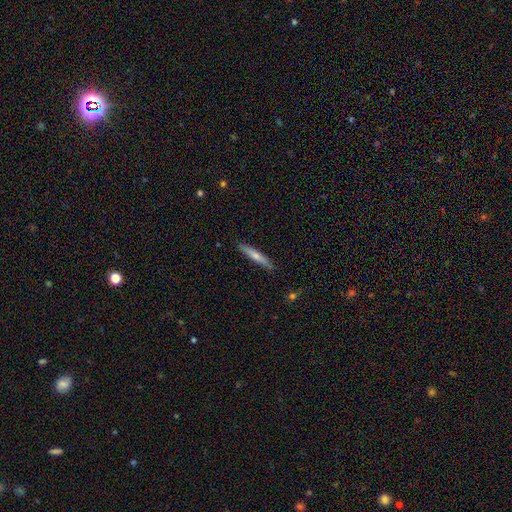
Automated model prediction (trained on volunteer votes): Smooth or featured? smooth (60%)
How rounded? cigar-shaped (92%)
Merging? none (88%)